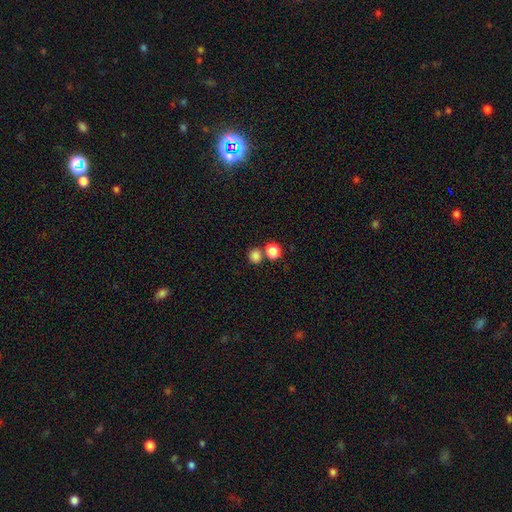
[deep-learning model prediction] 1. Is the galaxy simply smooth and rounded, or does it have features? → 83% smooth, 12% star or artifact, 4% featured or disk.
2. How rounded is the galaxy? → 86% round, 13% in between, 1% cigar-shaped.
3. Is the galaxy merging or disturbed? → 63% none, 26% merger, 7% minor disturbance, 3% major disturbance.